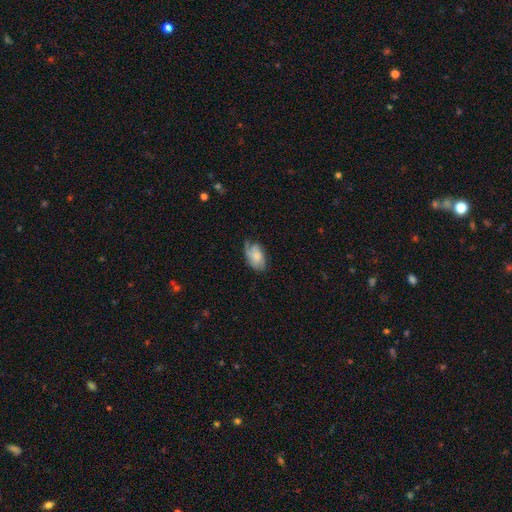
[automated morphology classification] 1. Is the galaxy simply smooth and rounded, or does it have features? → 53% smooth, 39% featured or disk, 7% star or artifact.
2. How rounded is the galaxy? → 90% in between, 8% round, 2% cigar-shaped.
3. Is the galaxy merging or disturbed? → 51% none, 32% minor disturbance, 15% major disturbance, 2% merger.